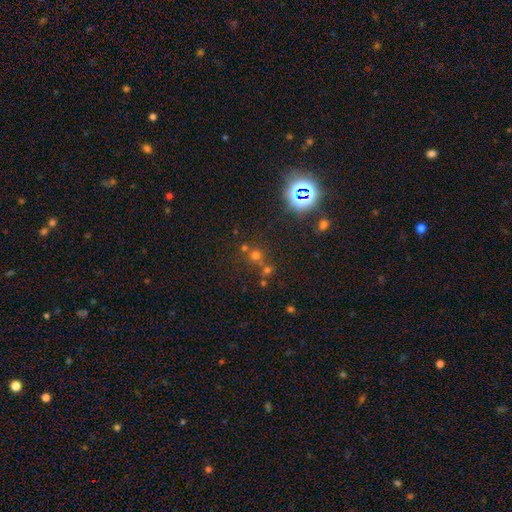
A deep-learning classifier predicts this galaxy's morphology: Smooth or featured?
  - star or artifact: 45% *
  - smooth: 44%
  - featured or disk: 11%